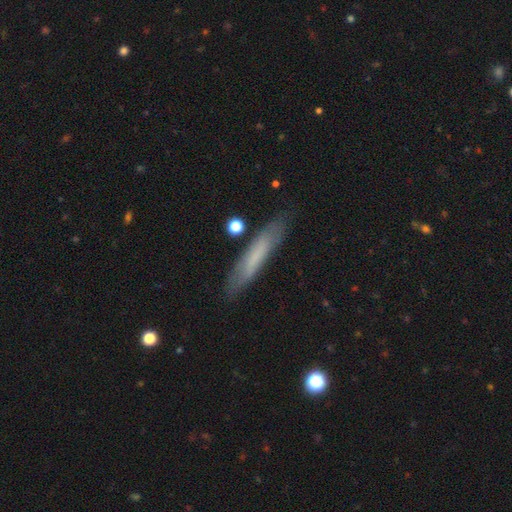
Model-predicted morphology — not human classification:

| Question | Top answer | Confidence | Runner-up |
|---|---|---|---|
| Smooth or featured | smooth | 62% | featured or disk (31%) |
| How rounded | cigar-shaped | 88% | in between (11%) |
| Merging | none | 82% | minor disturbance (13%) |